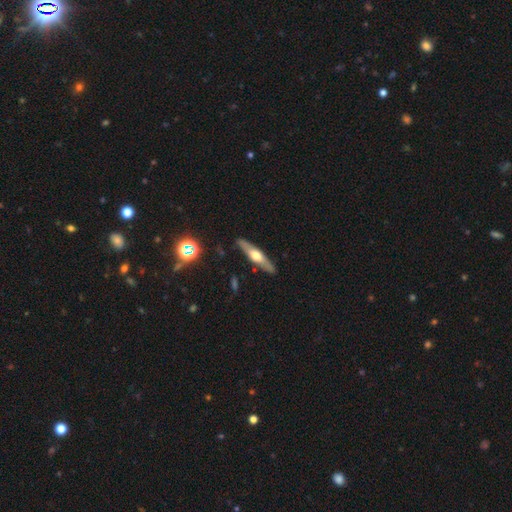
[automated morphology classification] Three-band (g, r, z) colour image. It shows a featured or disk galaxy (57%) viewed edge-on (88%) with a rounded central bulge (90%). Merging: none (87%).